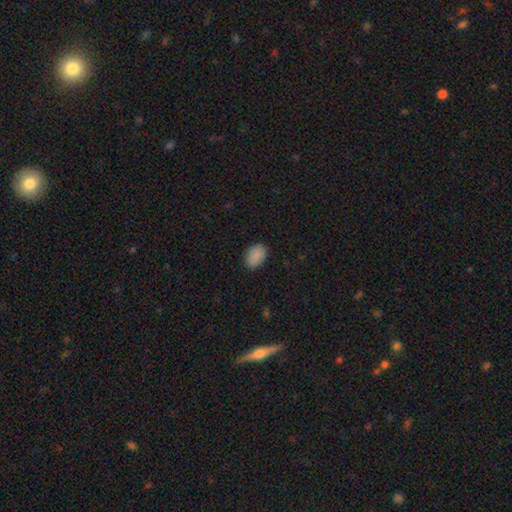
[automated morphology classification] smooth_or_featured: smooth (p=0.89) [alt: star or artifact p=0.08]
how_rounded: in between (p=0.84) [alt: round p=0.15]
merging: none (p=0.86) [alt: minor disturbance p=0.11]